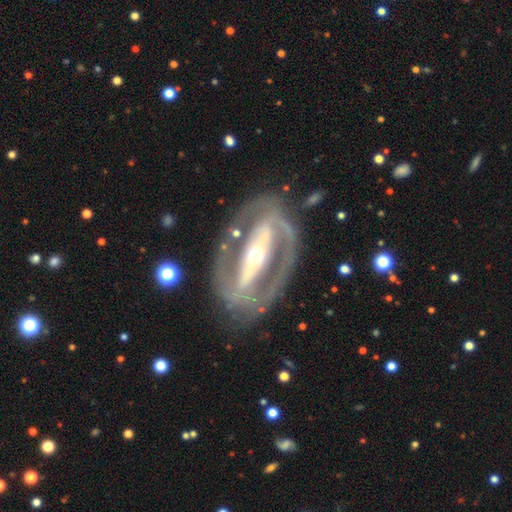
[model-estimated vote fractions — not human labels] The model was most divided on "spiral winding": tight: 48%, medium: 37%, loose: 14%. More confident: edge-on disk — no (90%); smooth or featured — featured or disk (87%); spiral arm count — 2 (81%); merging — none (77%); bar — strong (73%); spiral arms — yes (68%); bulge size — moderate (52%).